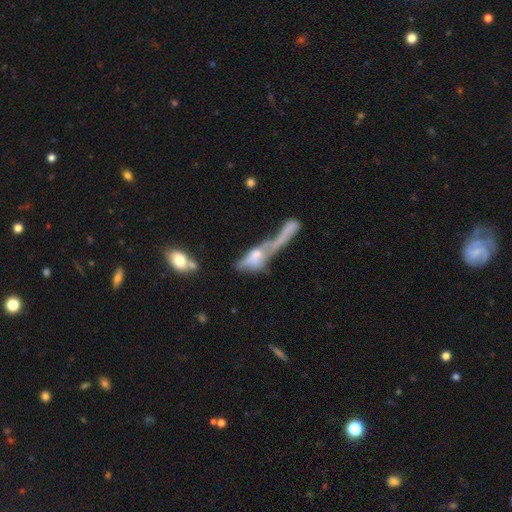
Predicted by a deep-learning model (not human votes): Morphology: type=featured or disk (46%); merging=merger (53%).